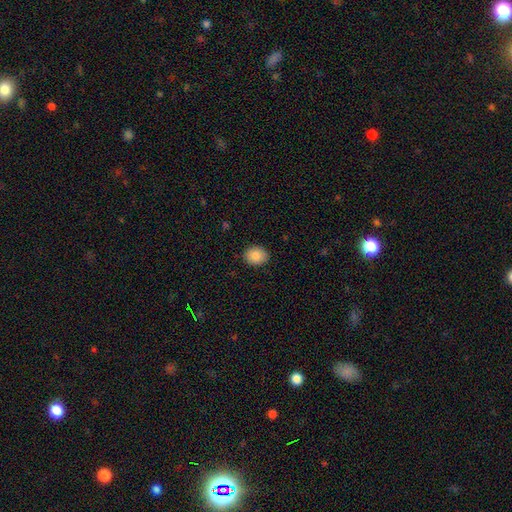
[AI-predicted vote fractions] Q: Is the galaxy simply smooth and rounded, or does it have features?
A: smooth — 88%.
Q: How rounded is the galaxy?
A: in between — 50%.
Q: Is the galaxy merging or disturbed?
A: none — 90%.